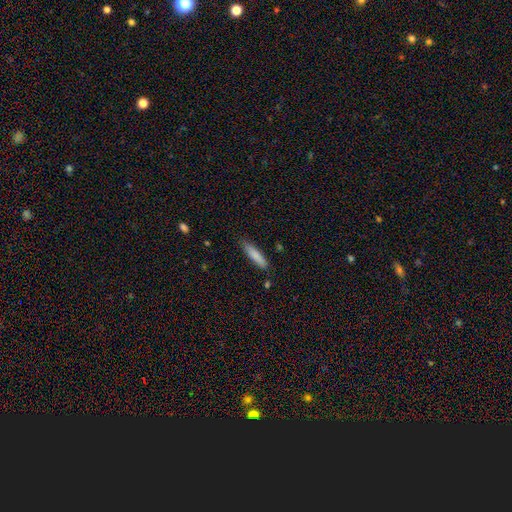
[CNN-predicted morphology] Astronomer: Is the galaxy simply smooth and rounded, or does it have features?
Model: smooth — 82%.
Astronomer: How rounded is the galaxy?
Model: cigar-shaped — 81%.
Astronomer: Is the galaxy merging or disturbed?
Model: none — 83%.